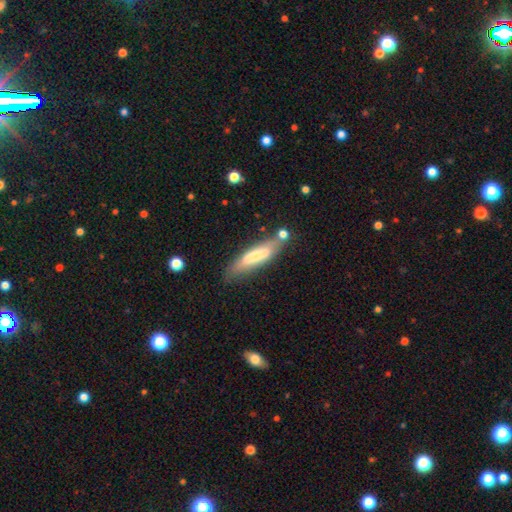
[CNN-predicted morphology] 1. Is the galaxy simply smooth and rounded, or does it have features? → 59% smooth, 34% featured or disk, 7% star or artifact.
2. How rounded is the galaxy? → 77% cigar-shaped, 22% in between, 1% round.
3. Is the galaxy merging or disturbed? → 59% none, 20% minor disturbance, 13% merger, 8% major disturbance.